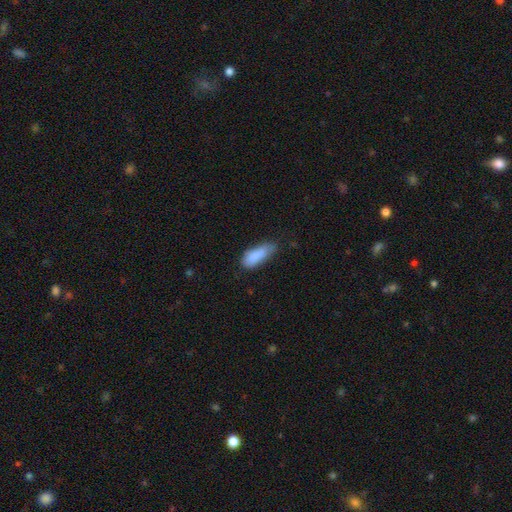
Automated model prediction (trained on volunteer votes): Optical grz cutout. It shows a smooth galaxy with no disk features (86%) that is in between round and cigar-shaped (70%). Merging: none (49%).